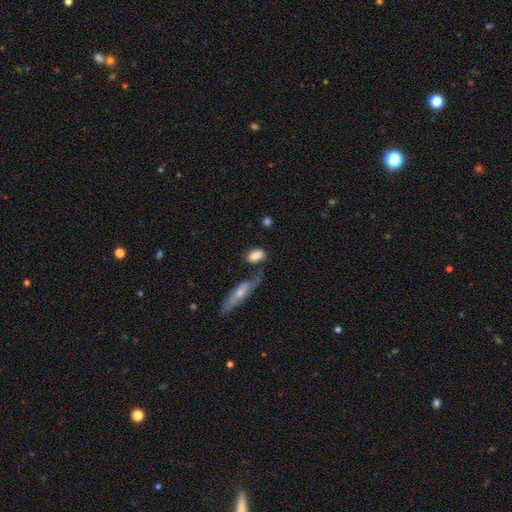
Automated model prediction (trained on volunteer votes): Smooth or featured: smooth — 82% (featured or disk — 11%)
How rounded: in between — 84% (round — 9%)
Merging: none — 57% (minor disturbance — 21%)